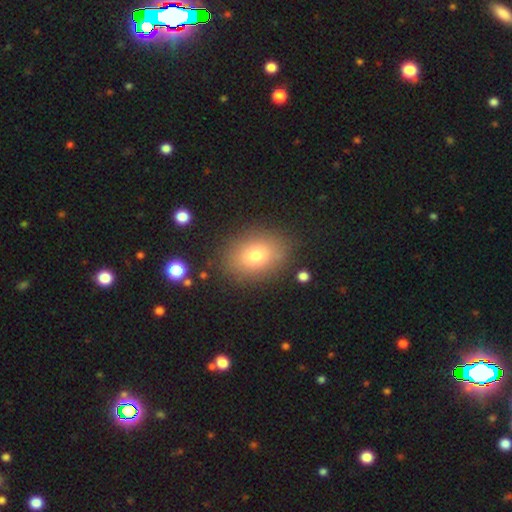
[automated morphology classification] smooth_or_featured: smooth (p=0.76) [alt: featured or disk p=0.12]
how_rounded: in between (p=0.67) [alt: round p=0.32]
merging: none (p=0.84) [alt: minor disturbance p=0.10]